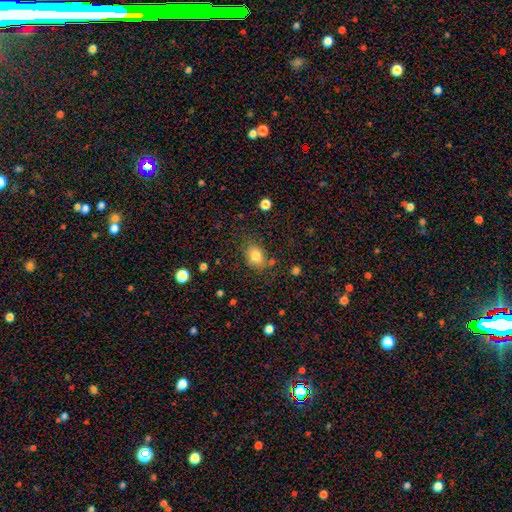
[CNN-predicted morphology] Overall: smooth (82%). How rounded: in between (59%; round 40%). Merging: none (73%).